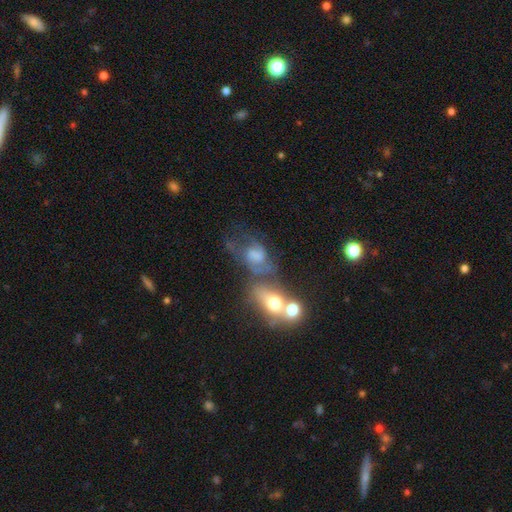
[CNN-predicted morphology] Smooth or featured?
  - featured or disk: 47% *
  - smooth: 38%
  - star or artifact: 15%
Merging?
  - merger: 37% *
  - none: 26%
  - major disturbance: 21%
  - minor disturbance: 16%